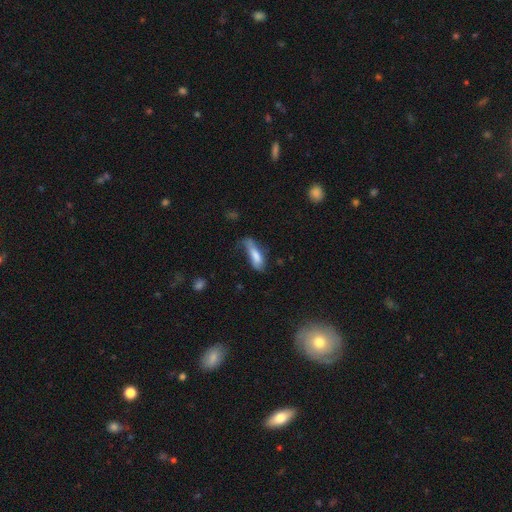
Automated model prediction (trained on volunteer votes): This appears to be a smooth galaxy with no disk features (73%) that is in between round and cigar-shaped (50%). Merging: none (35%).